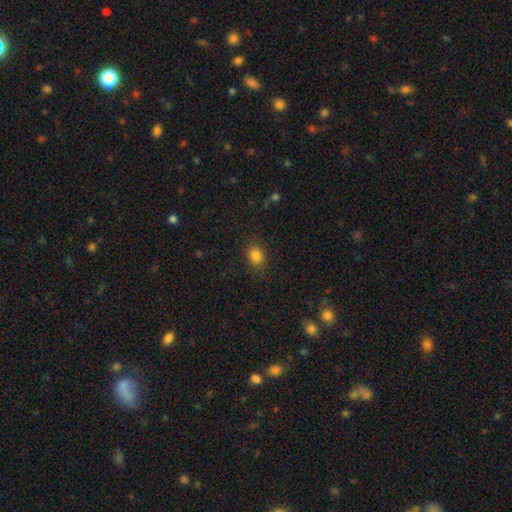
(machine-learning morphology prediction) Smooth or featured? Predicted: smooth (p=0.83). How rounded? Predicted: in between (p=0.58). Merging? Predicted: none (p=0.84).